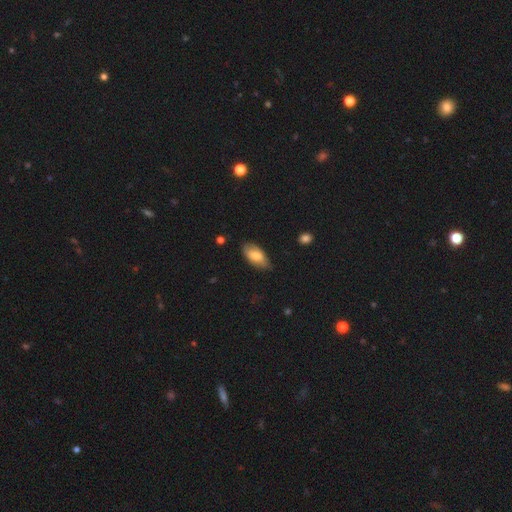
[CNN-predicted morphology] The model was most divided on "merging": none: 70%, minor disturbance: 25%, major disturbance: 4%, merger: 1%. More confident: how rounded — in between (91%); smooth or featured — smooth (75%).